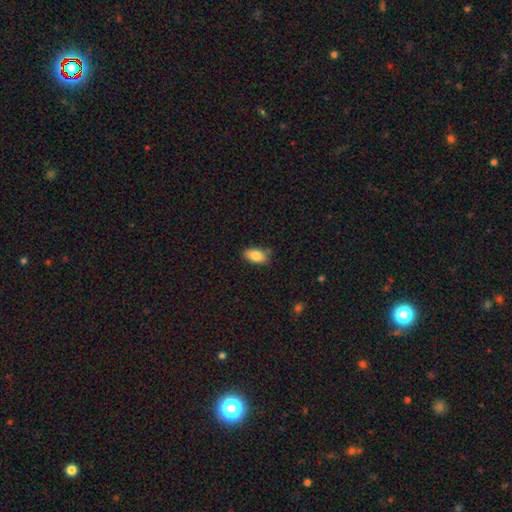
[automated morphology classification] Q: Smooth or featured?
A: smooth (83%); runner-up: featured or disk (9%)
Q: How rounded?
A: in between (91%); runner-up: round (5%)
Q: Merging?
A: none (76%); runner-up: minor disturbance (18%)